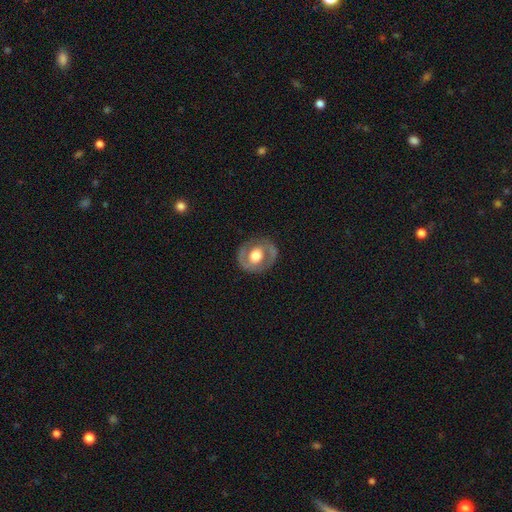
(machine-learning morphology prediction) featured or disk 68%, smooth 27%, star or artifact 5%. Down the decision tree: edge-on disk — no (96%); bar — no (66%); spiral arms — yes (56%); bulge size — large (46%); merging — none (81%).